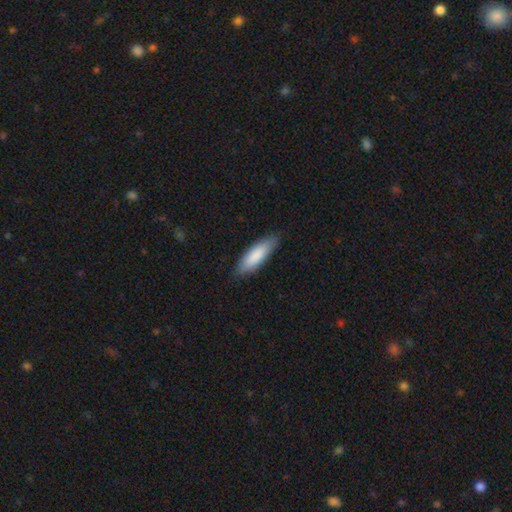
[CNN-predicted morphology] The model was most divided on "how rounded": cigar-shaped: 50%, in between: 49%, round: 1%. More confident: smooth or featured — smooth (85%); merging — none (84%).